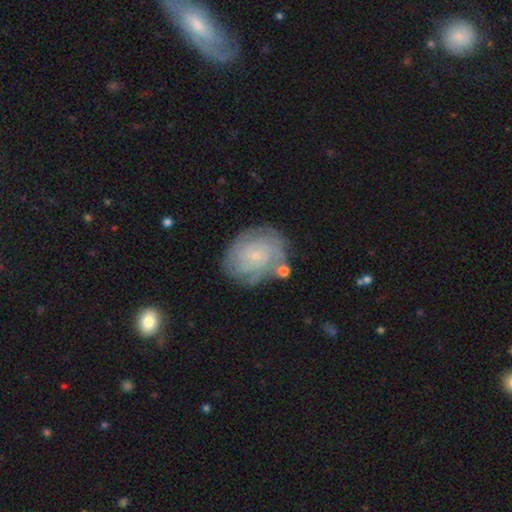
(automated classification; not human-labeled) This is likely a featured or disk galaxy (69%). It is clearly not viewed edge-on (97%). Bar: likely no (71%). Spiral arm pattern: clearly yes (90%). Spiral arm count: possibly can't tell (45%). Spiral winding: likely tight (70%). Central bulge: clearly small (81%). Merging: likely none (73%).